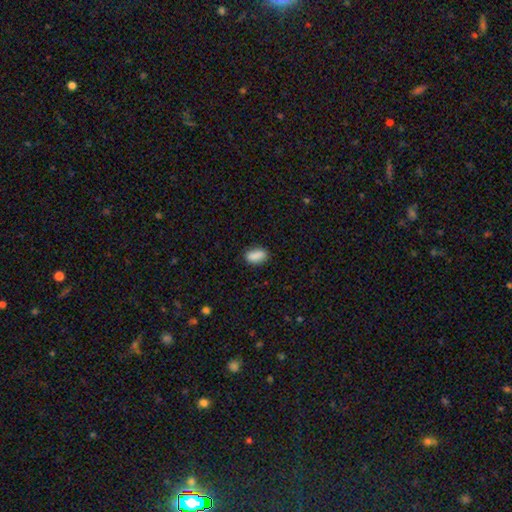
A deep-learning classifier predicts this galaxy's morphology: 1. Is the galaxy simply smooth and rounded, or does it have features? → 88% smooth, 8% star or artifact, 4% featured or disk.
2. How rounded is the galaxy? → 86% in between, 9% cigar-shaped, 5% round.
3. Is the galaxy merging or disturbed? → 85% none, 11% minor disturbance, 2% major disturbance, 1% merger.